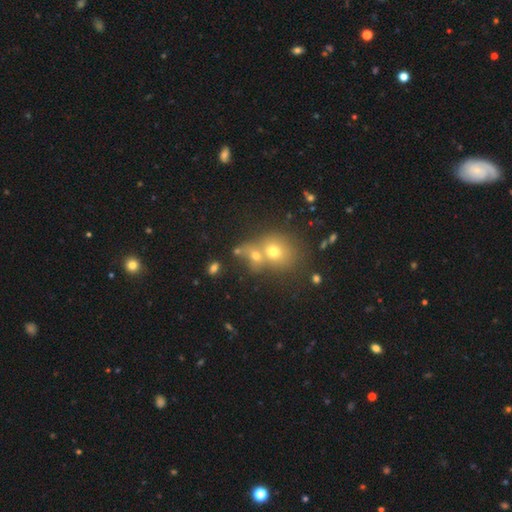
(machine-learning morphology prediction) type=smooth (67%); roundness=round (66%); merging=merger (61%).